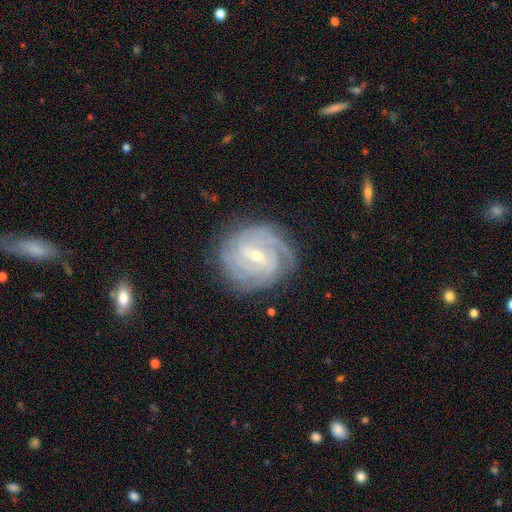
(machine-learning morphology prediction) smooth-or-featured: featured or disk: 89% | smooth: 6% | star or artifact: 5%
  disk-edge-on: no: 97% | yes: 3%
    bar: weak: 55% | strong: 26% | no: 19%
    has-spiral-arms: yes: 98% | no: 2%
      spiral-winding: tight: 76% | medium: 21% | loose: 3%
      spiral-arm-count: 4: 26% | 3: 25% | can't tell: 23% | 2: 13% | more than 4: 8% | 1: 6%
    bulge-size: small: 56% | moderate: 41% | large: 1% | none: 1% | dominant: 1%
  merging: none: 81% | minor disturbance: 14% | major disturbance: 4% | merger: 1%